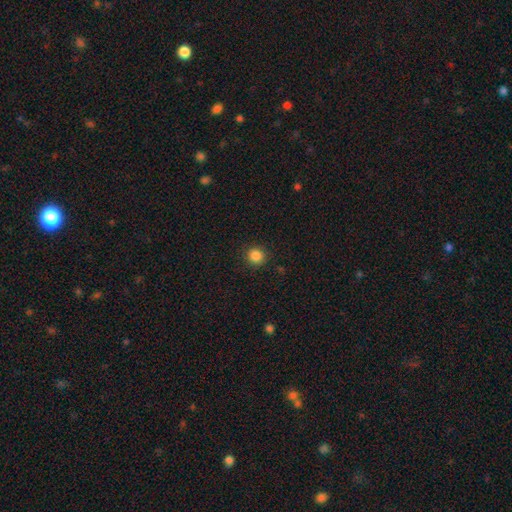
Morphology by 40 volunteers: A smooth galaxy with no disk features (95%) that is round (95%).

Vote fractions:
- Smooth or featured? smooth: 95% / star or artifact: 5% / featured or disk: 0%
- How rounded? round: 95% / in between: 5% / cigar-shaped: 0%
- Merging? none: 82% / minor disturbance: 11% / major disturbance: 8% / merger: 0%